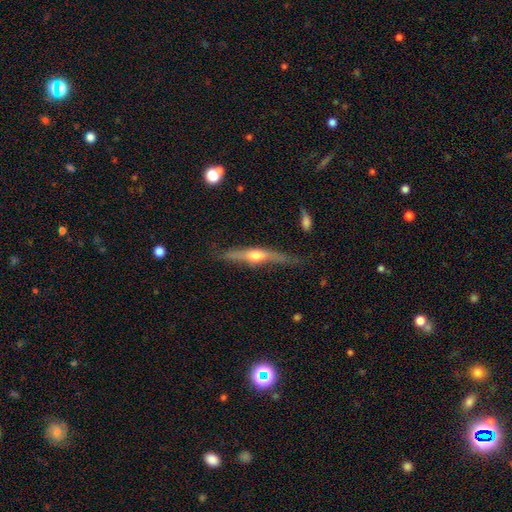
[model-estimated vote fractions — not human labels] Q: Smooth or featured?
A: featured or disk (67%); runner-up: smooth (27%)
Q: Edge-on disk?
A: yes (94%); runner-up: no (6%)
Q: Edge-on bulge?
A: rounded (90%); runner-up: none (5%)
Q: Merging?
A: none (71%); runner-up: minor disturbance (21%)